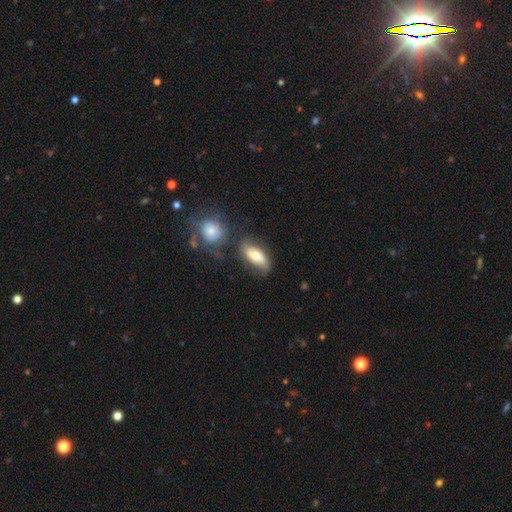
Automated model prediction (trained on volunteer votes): smooth 70%, featured or disk 23%, star or artifact 7%. Down the decision tree: how rounded — in between (83%); merging — none (61%).